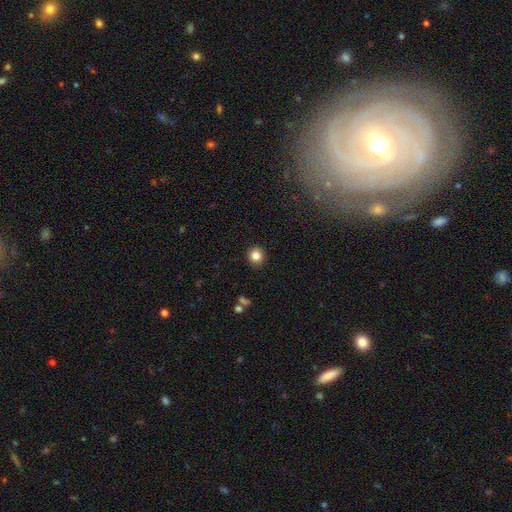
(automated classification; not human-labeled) Morphology: type=smooth (83%); roundness=round (90%); merging=none (92%).